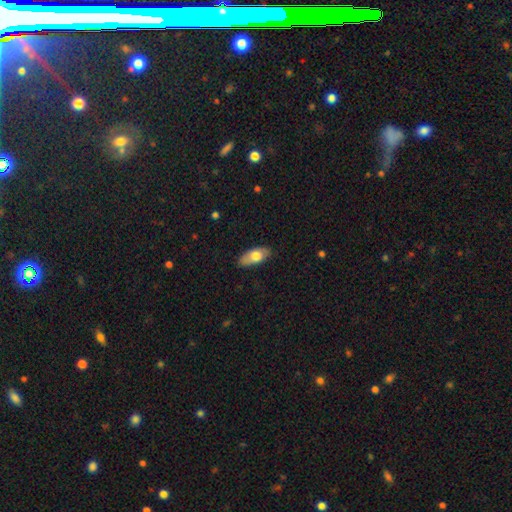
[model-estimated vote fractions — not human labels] smooth 72%, featured or disk 22%, star or artifact 6%. Down the decision tree: how rounded — in between (87%); merging — none (83%).